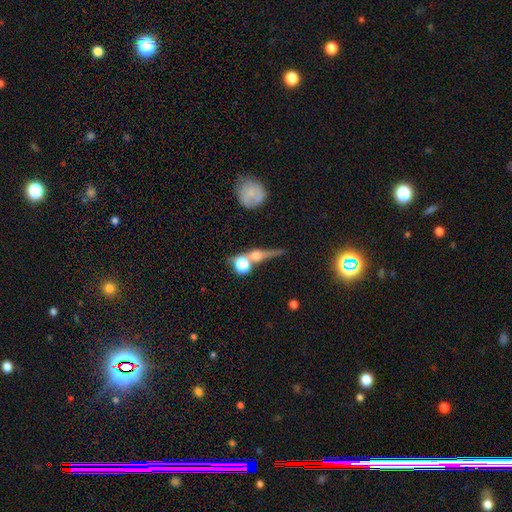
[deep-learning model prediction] Overall: smooth (42%; featured or disk 39%). Merging: none (47%; merger 30%).